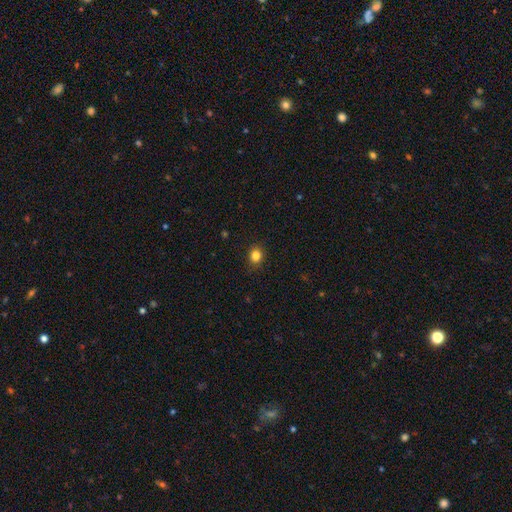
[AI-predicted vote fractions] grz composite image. It shows a smooth galaxy with no disk features (83%) that is round (67%). Merging: none (88%).